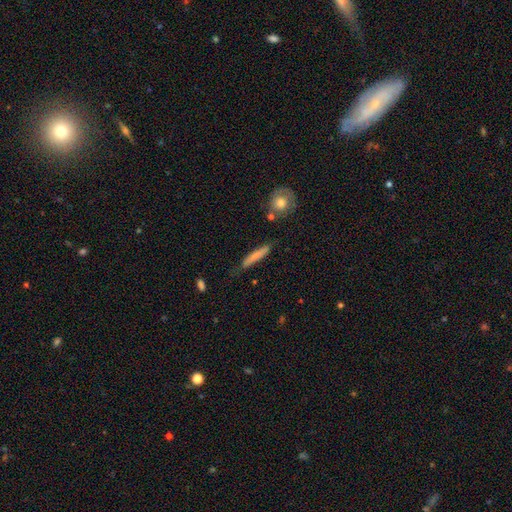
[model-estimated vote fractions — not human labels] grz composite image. It shows a smooth galaxy with no disk features (72%) that is cigar-shaped (92%). Merging: none (75%).